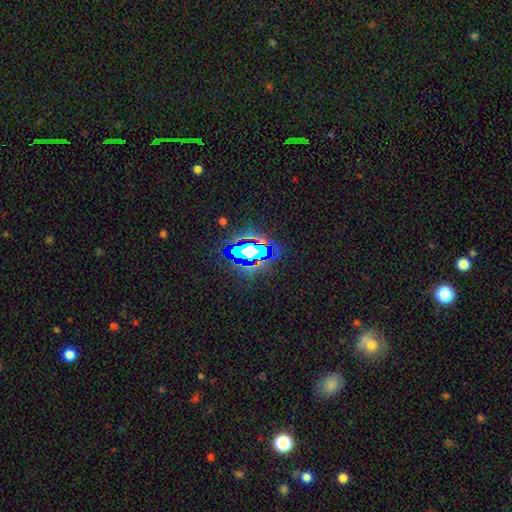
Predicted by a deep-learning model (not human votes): Smooth or featured? Predicted: star or artifact (p=0.79).